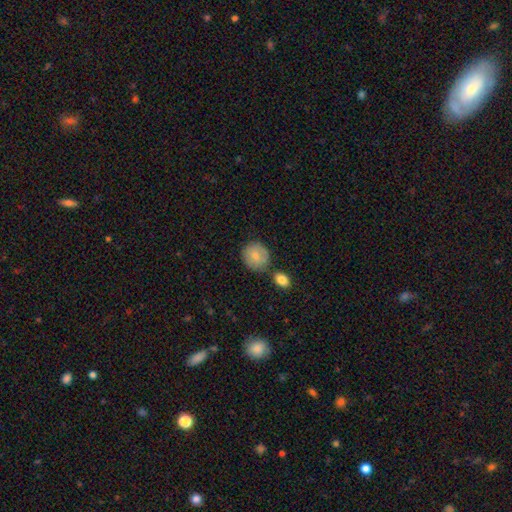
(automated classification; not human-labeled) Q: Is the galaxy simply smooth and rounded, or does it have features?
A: smooth — 80%.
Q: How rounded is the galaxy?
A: round — 87%.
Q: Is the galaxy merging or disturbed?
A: none — 67%.